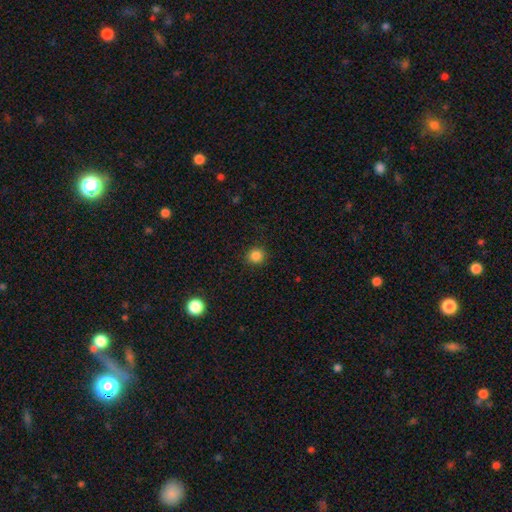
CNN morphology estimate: smooth_or_featured: smooth (p=0.85) [alt: star or artifact p=0.11]
how_rounded: round (p=0.92) [alt: in between p=0.07]
merging: none (p=0.91) [alt: minor disturbance p=0.06]